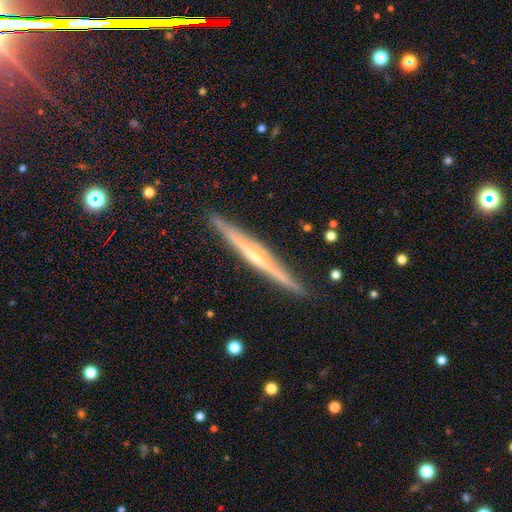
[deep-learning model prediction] The model was most divided on "edge-on bulge": rounded: 60%, none: 33%, boxy: 7%. More confident: edge-on disk — yes (98%); merging — none (91%); smooth or featured — featured or disk (78%).